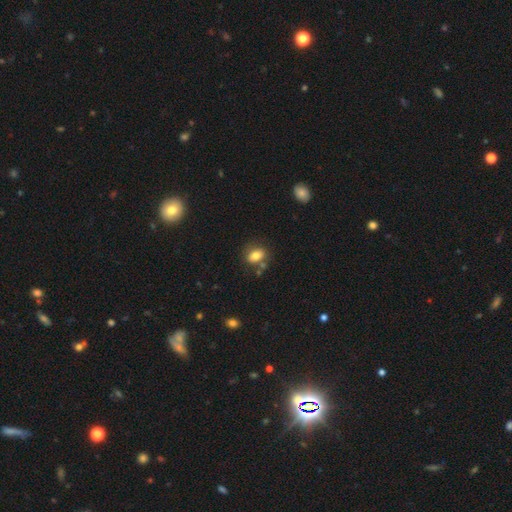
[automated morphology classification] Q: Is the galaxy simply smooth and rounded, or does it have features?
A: smooth — 78%.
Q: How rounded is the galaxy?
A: in between — 68%.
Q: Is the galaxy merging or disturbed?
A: none — 67%.